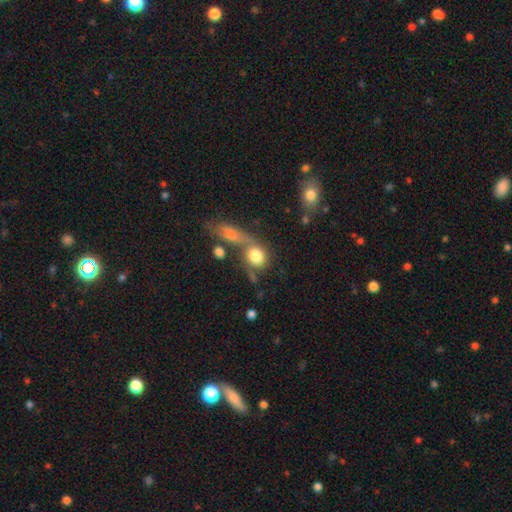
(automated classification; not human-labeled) smooth 77%, featured or disk 14%, star or artifact 9%. Down the decision tree: how rounded — round (67%); merging — none (37%).